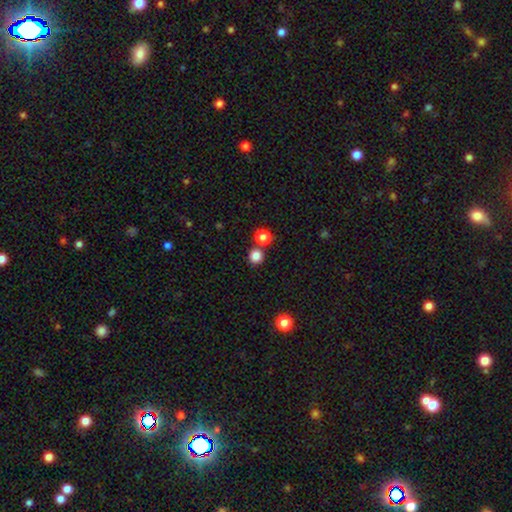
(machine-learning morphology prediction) smooth 83%, star or artifact 13%, featured or disk 4%. Down the decision tree: how rounded — round (92%); merging — none (78%).